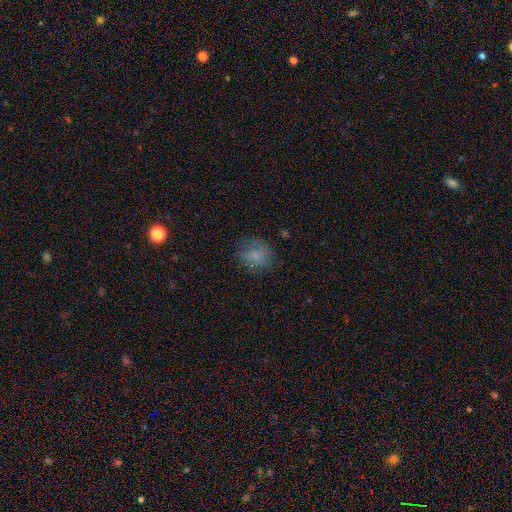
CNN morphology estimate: A smooth galaxy with no disk features (78%) that is round (76%).

Vote fractions:
- Smooth or featured? smooth: 78% / featured or disk: 11% / star or artifact: 11%
- How rounded? round: 76% / in between: 23% / cigar-shaped: 1%
- Merging? none: 76% / minor disturbance: 17% / major disturbance: 6% / merger: 1%